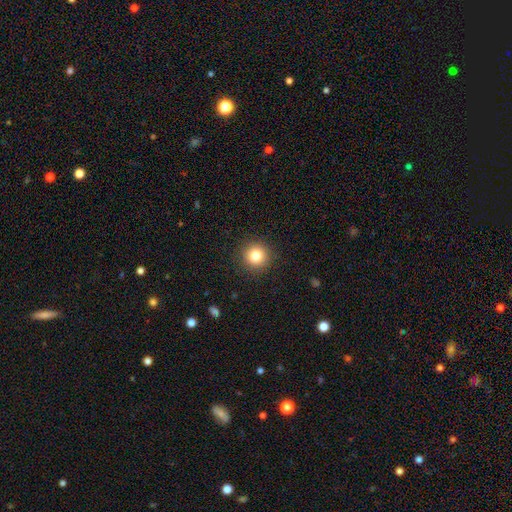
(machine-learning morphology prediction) smooth 82%, star or artifact 11%, featured or disk 7%. Down the decision tree: how rounded — round (95%); merging — none (92%).